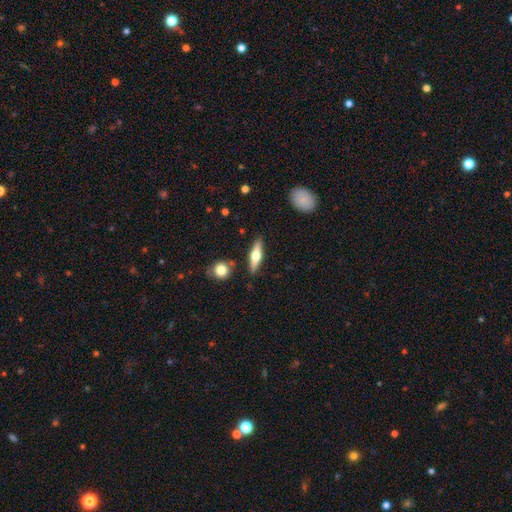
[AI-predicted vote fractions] Smooth or featured? featured or disk (49%)
Merging? none (85%)